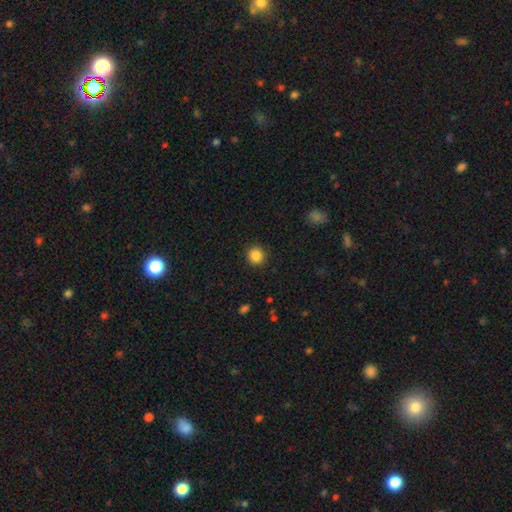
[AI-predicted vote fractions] Smooth or featured? Predicted: smooth (p=0.87). How rounded? Predicted: round (p=0.92). Merging? Predicted: none (p=0.91).